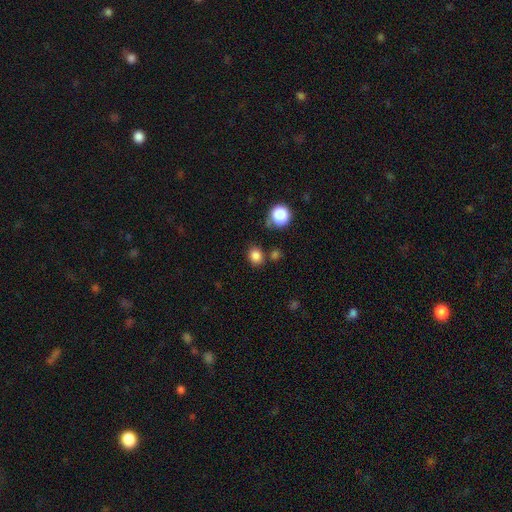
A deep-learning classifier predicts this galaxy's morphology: Smooth or featured?
  - smooth: 83% *
  - star or artifact: 13%
  - featured or disk: 4%
How rounded?
  - round: 67% *
  - in between: 32%
  - cigar-shaped: 1%
Merging?
  - none: 78% *
  - minor disturbance: 11%
  - merger: 7%
  - major disturbance: 4%